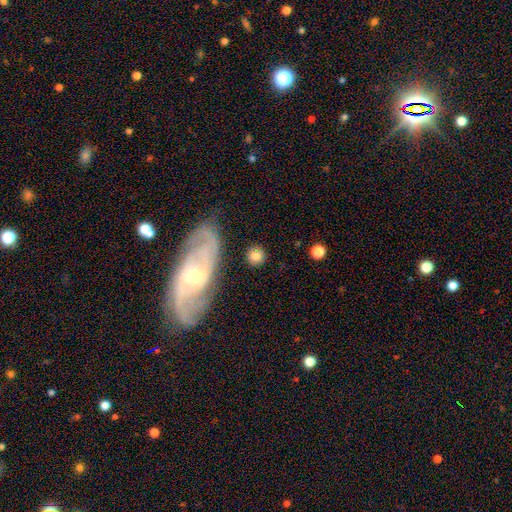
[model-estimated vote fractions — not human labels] smooth 76%, featured or disk 16%, star or artifact 9%. Down the decision tree: how rounded — round (86%); merging — none (79%).